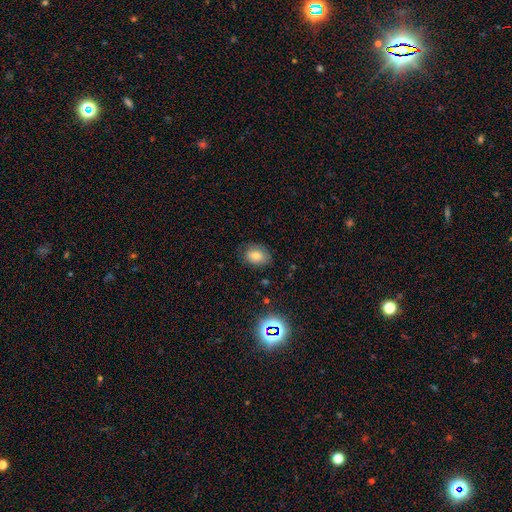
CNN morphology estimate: smooth-or-featured: smooth: 75% | star or artifact: 13% | featured or disk: 12%
  how-rounded: in between: 71% | round: 27% | cigar-shaped: 1%
  merging: none: 77% | minor disturbance: 17% | major disturbance: 4% | merger: 1%